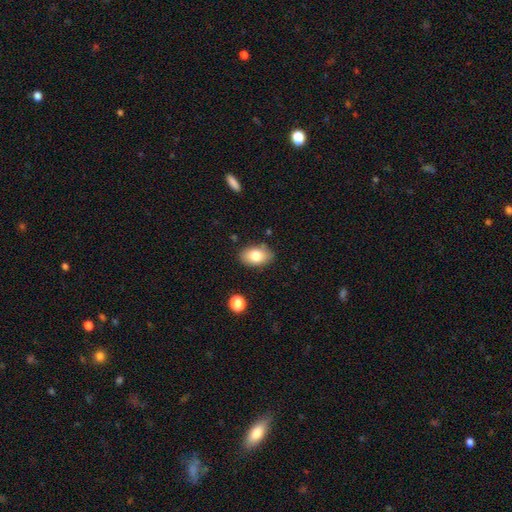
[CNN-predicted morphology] type=smooth (79%); roundness=in between (89%); merging=none (83%).